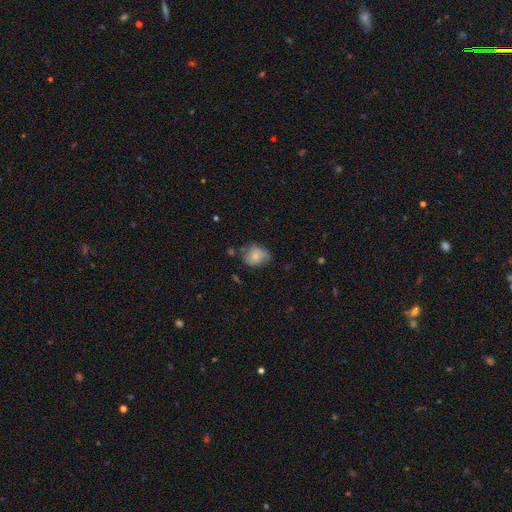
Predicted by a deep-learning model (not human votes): The model was most divided on "merging": none: 55%, minor disturbance: 31%, major disturbance: 9%, merger: 5%. More confident: smooth or featured — smooth (74%); how rounded — round (63%).